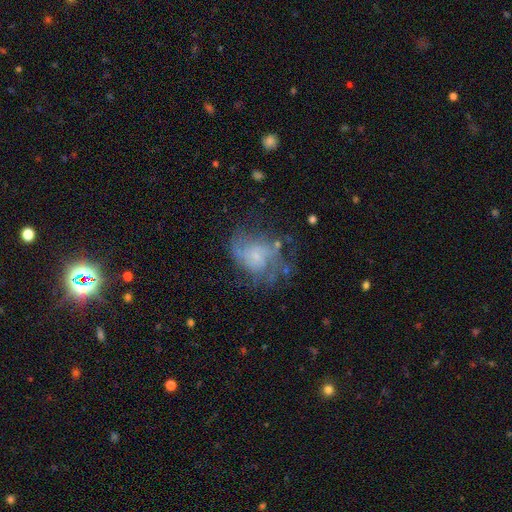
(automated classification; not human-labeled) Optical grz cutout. It shows a featured or disk galaxy (66%) with no bar (74%), spiral arms (76%) and a small central bulge (62%). Merging: none (48%).